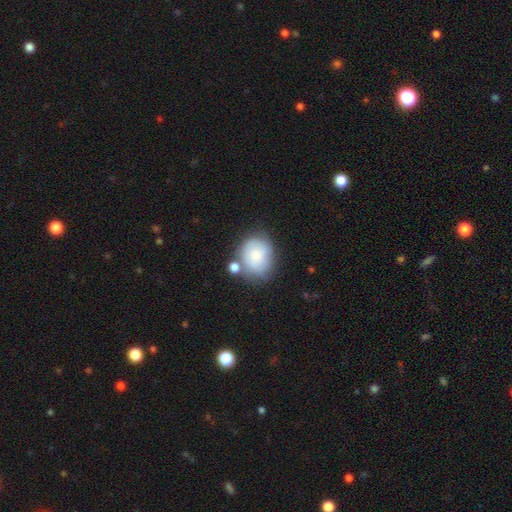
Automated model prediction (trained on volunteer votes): Q: Smooth or featured?
A: smooth (72%); runner-up: featured or disk (20%)
Q: How rounded?
A: round (60%); runner-up: in between (39%)
Q: Merging?
A: none (50%); runner-up: minor disturbance (22%)